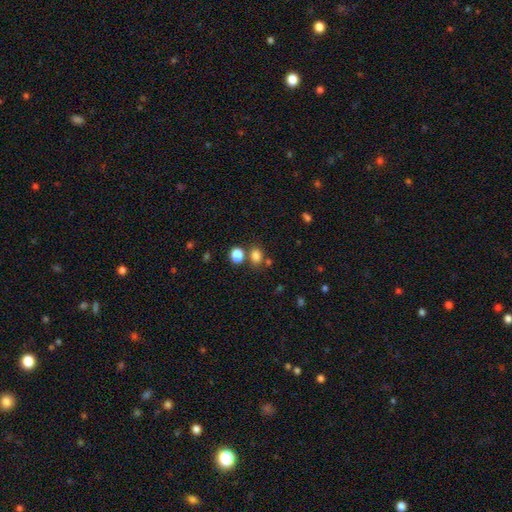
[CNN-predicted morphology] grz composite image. It shows a smooth galaxy with no disk features (81%) that is round (56%). Merging: none (68%).